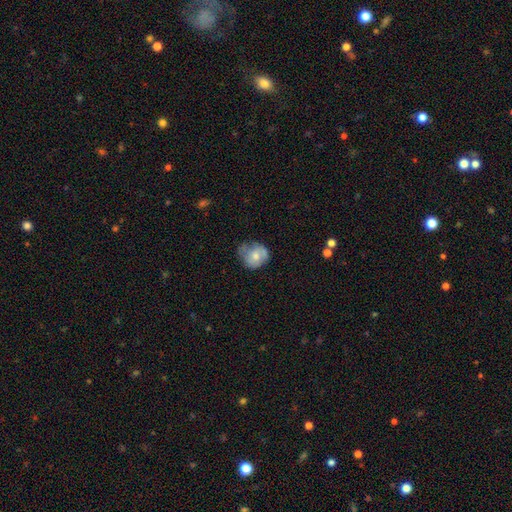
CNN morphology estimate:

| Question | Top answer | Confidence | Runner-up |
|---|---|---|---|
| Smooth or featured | smooth | 59% | featured or disk (33%) |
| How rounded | round | 65% | in between (34%) |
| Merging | none | 43% | minor disturbance (36%) |